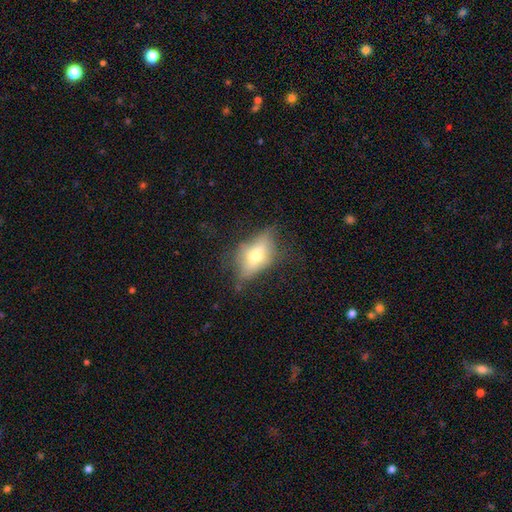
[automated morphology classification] A featured or disk galaxy (46%).

Vote fractions:
- Smooth or featured? featured or disk: 46% / smooth: 44% / star or artifact: 10%
- Merging? none: 58% / minor disturbance: 25% / major disturbance: 15% / merger: 2%